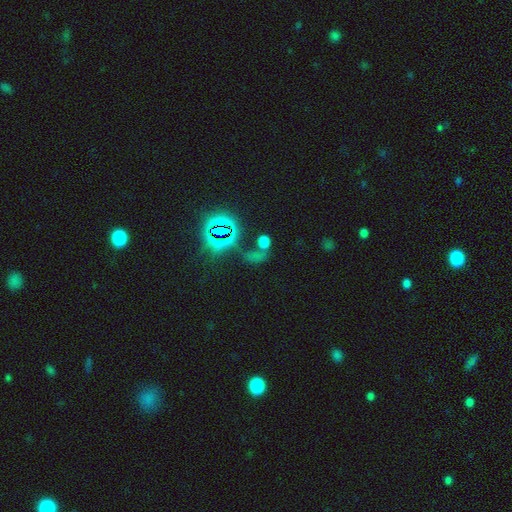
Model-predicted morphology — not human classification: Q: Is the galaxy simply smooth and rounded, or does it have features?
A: star or artifact — 53%.